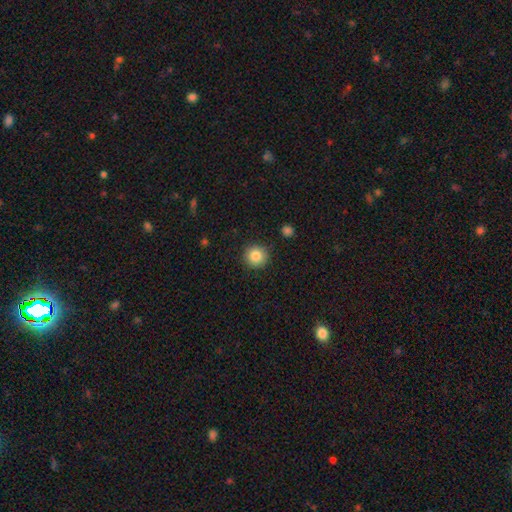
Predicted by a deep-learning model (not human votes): This appears to be a smooth galaxy with no disk features (84%) that is round (93%). Merging: none (89%).